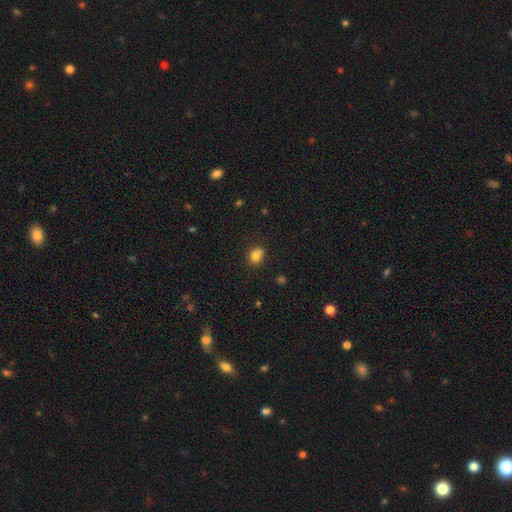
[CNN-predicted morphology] This is likely a smooth galaxy (79%). How rounded: likely round (68%). Merging: likely none (67%).